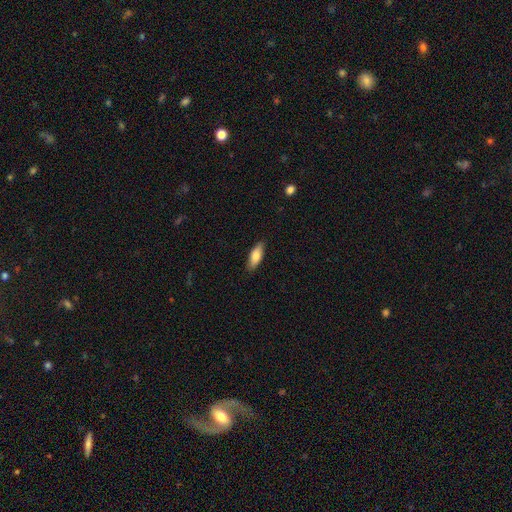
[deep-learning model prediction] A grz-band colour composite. It shows a smooth galaxy with no disk features (79%) that is in between round and cigar-shaped (69%). Merging: none (87%).